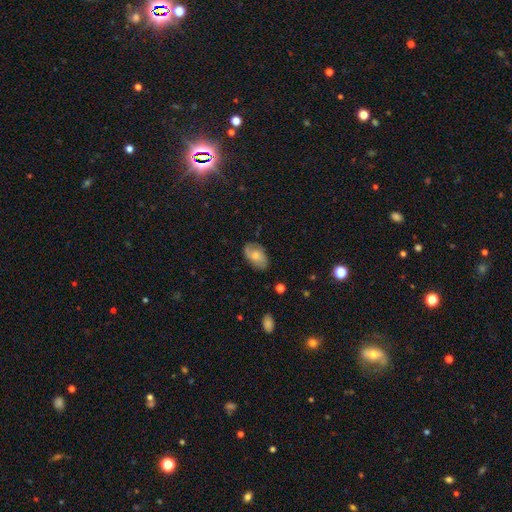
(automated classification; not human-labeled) The model was most divided on "smooth or featured": smooth: 53%, featured or disk: 39%, star or artifact: 8%. More confident: how rounded — in between (89%); merging — none (74%).